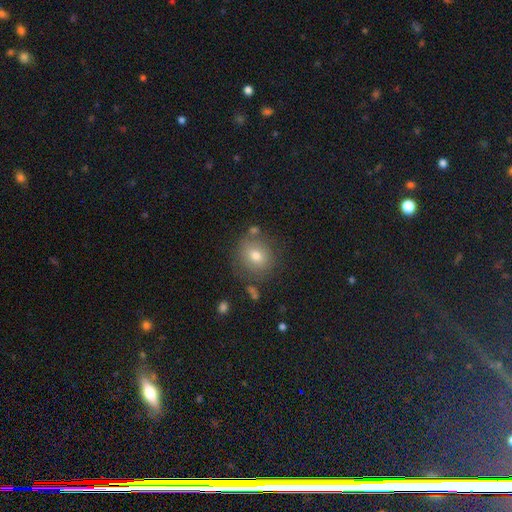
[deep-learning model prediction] The model was most divided on "smooth or featured": smooth: 74%, featured or disk: 13%, star or artifact: 13%. More confident: how rounded — round (81%); merging — none (77%).